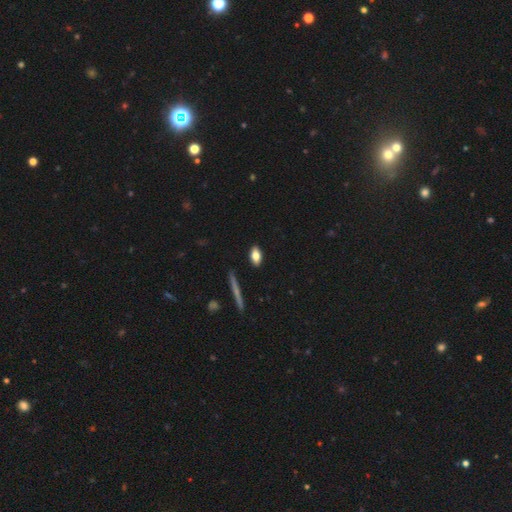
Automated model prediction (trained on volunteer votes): The model was most divided on "smooth or featured": smooth: 78%, featured or disk: 14%, star or artifact: 7%. More confident: merging — none (88%); how rounded — in between (84%).